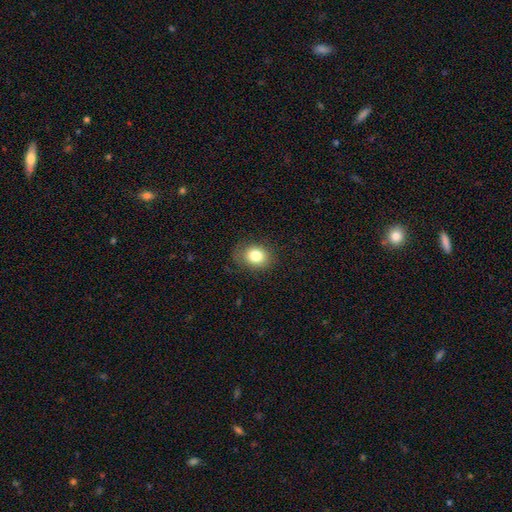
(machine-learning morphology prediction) Smooth or featured? smooth (81%)
How rounded? round (52%)
Merging? none (79%)